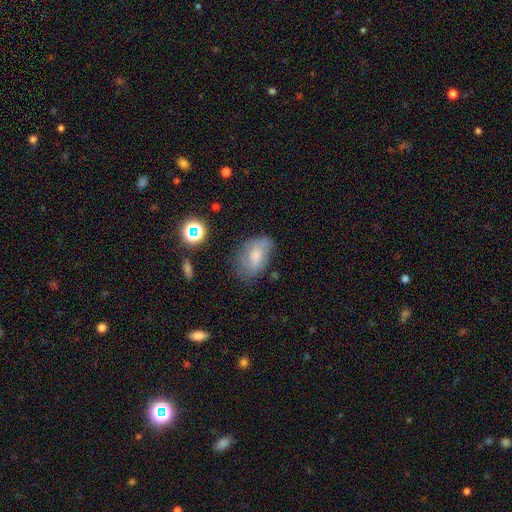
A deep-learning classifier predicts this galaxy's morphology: Smooth or featured? Predicted: smooth (p=0.52). How rounded? Predicted: in between (p=0.88). Merging? Predicted: none (p=0.58).